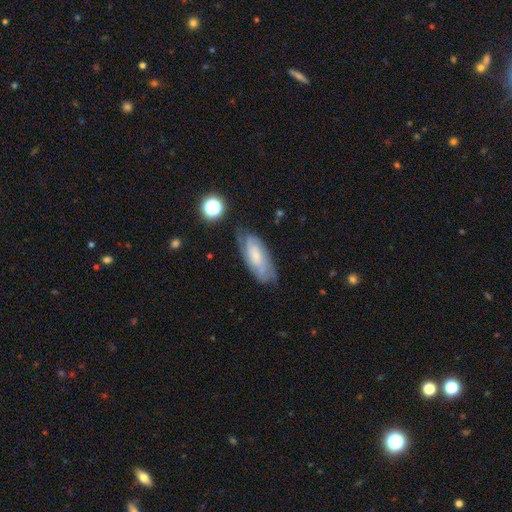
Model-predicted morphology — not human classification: smooth_or_featured: featured or disk (p=0.49) [alt: smooth p=0.43]
merging: none (p=0.67) [alt: minor disturbance p=0.24]